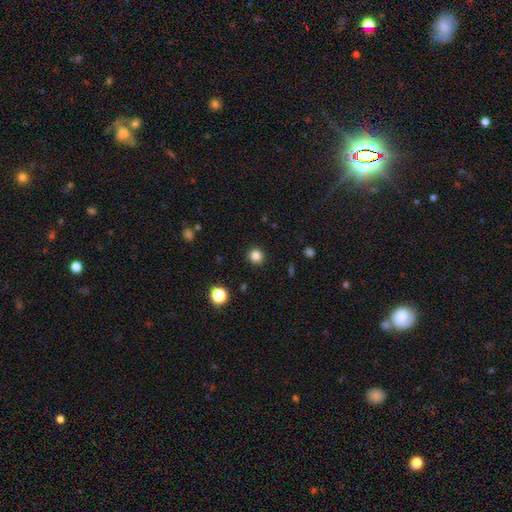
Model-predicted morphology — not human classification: A smooth galaxy with no disk features (83%) that is round (94%).

Vote fractions:
- Smooth or featured? smooth: 83% / star or artifact: 13% / featured or disk: 4%
- How rounded? round: 94% / in between: 5% / cigar-shaped: 1%
- Merging? none: 92% / minor disturbance: 5% / major disturbance: 2% / merger: 1%